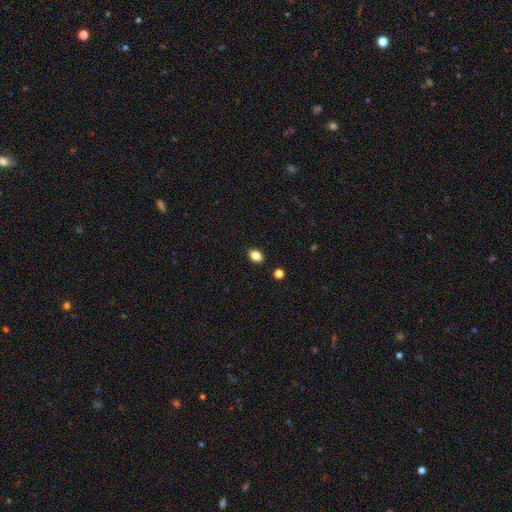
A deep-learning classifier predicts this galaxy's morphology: smooth-or-featured: smooth: 85% | star or artifact: 10% | featured or disk: 5%
  how-rounded: in between: 82% | round: 16% | cigar-shaped: 1%
  merging: none: 88% | minor disturbance: 8% | major disturbance: 2% | merger: 2%